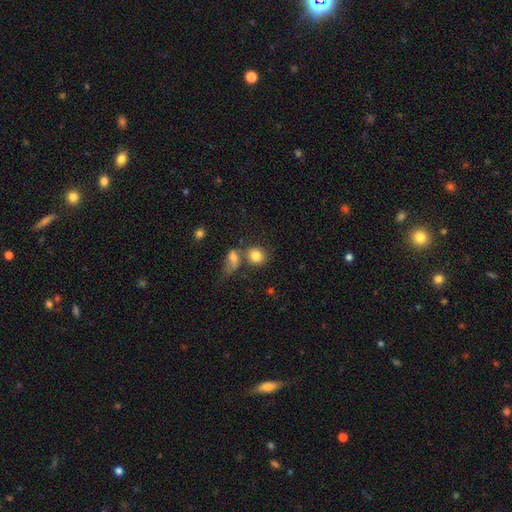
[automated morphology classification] smooth-or-featured: smooth: 82% | star or artifact: 9% | featured or disk: 9%
  how-rounded: round: 69% | in between: 29% | cigar-shaped: 2%
  merging: none: 51% | merger: 31% | minor disturbance: 11% | major disturbance: 6%